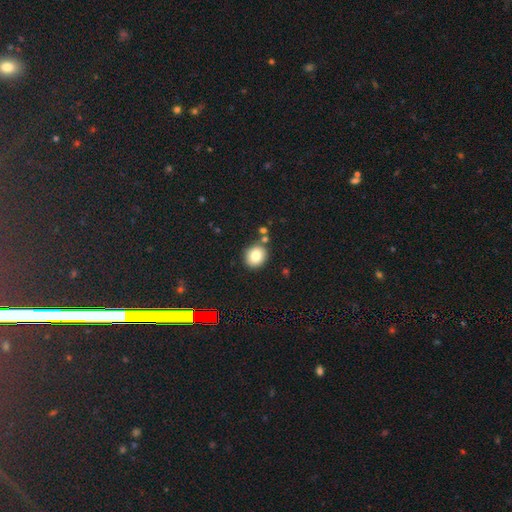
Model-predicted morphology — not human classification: Smooth or featured? Predicted: smooth (p=0.80). How rounded? Predicted: round (p=0.71). Merging? Predicted: none (p=0.81).